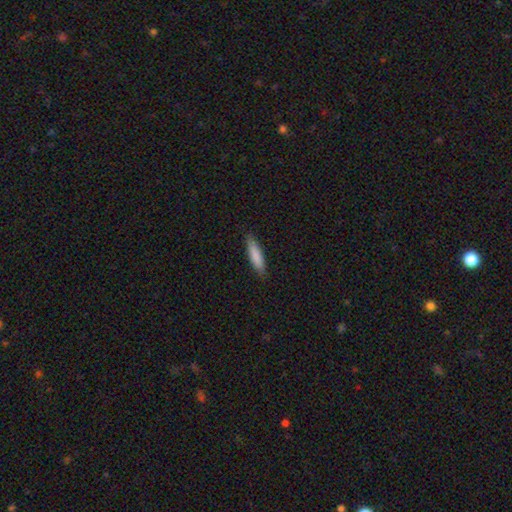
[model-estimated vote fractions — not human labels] This appears to be a smooth galaxy with no disk features (84%) that is cigar-shaped (73%). Merging: none (86%).